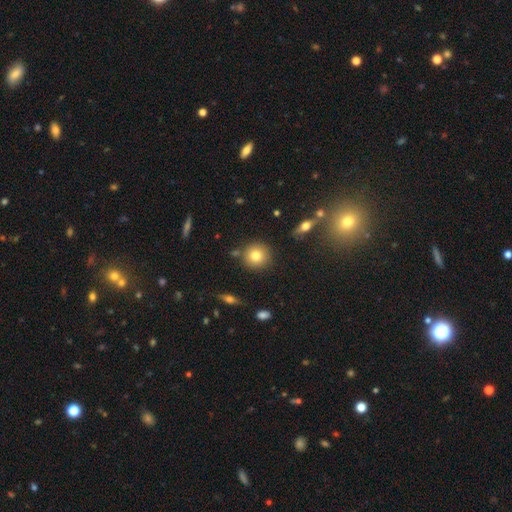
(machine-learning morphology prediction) Smooth or featured?
  - smooth: 79% *
  - featured or disk: 11%
  - star or artifact: 10%
How rounded?
  - round: 92% *
  - in between: 7%
  - cigar-shaped: 1%
Merging?
  - none: 84% *
  - minor disturbance: 8%
  - merger: 5%
  - major disturbance: 3%